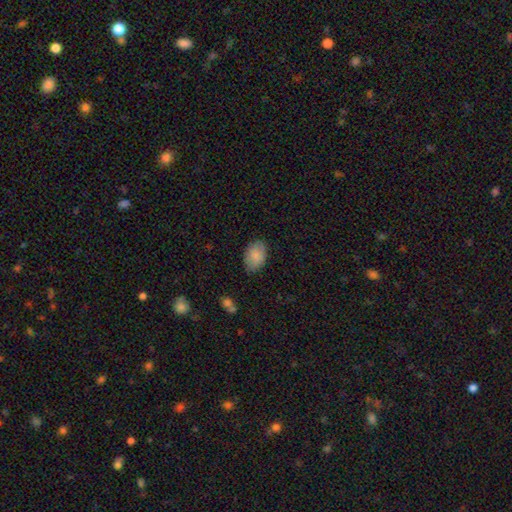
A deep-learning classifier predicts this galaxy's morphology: A smooth galaxy with no disk features (86%) that is in between round and cigar-shaped (89%). Merging: none (82%).